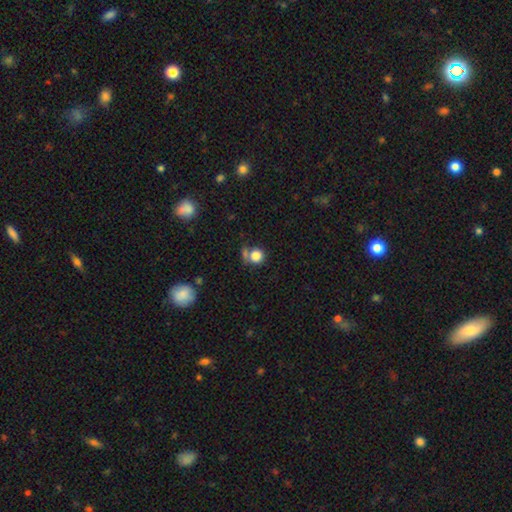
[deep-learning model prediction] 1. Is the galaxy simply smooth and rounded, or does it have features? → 83% smooth, 11% star or artifact, 6% featured or disk.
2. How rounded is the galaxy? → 88% round, 11% in between, 1% cigar-shaped.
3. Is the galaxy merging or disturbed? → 57% none, 24% merger, 12% minor disturbance, 7% major disturbance.